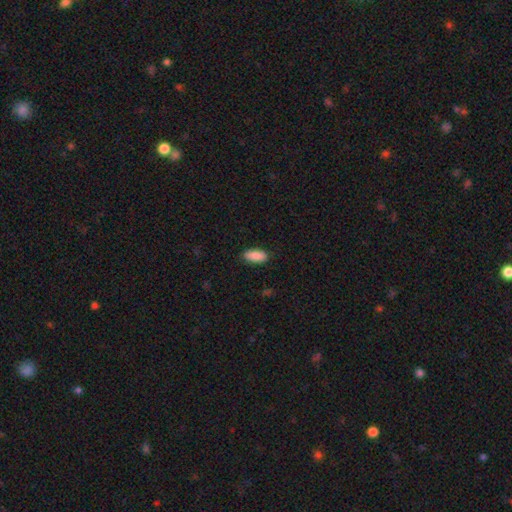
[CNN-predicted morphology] smooth 89%, star or artifact 6%, featured or disk 5%. Down the decision tree: how rounded — in between (87%); merging — none (87%).